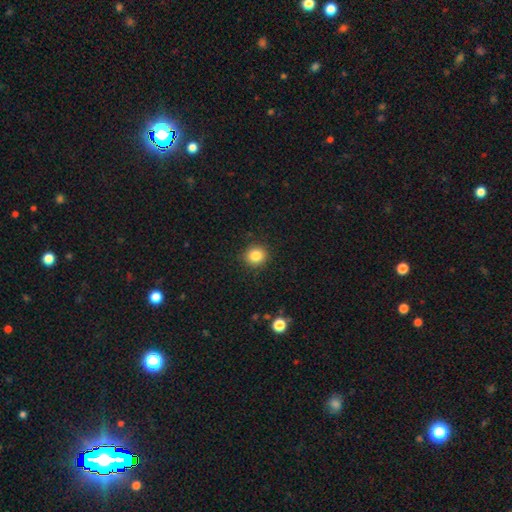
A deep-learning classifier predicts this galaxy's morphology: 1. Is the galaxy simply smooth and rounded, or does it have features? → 85% smooth, 11% star or artifact, 5% featured or disk.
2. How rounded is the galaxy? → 88% round, 12% in between, 1% cigar-shaped.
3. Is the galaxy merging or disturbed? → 91% none, 6% minor disturbance, 2% major disturbance, 1% merger.